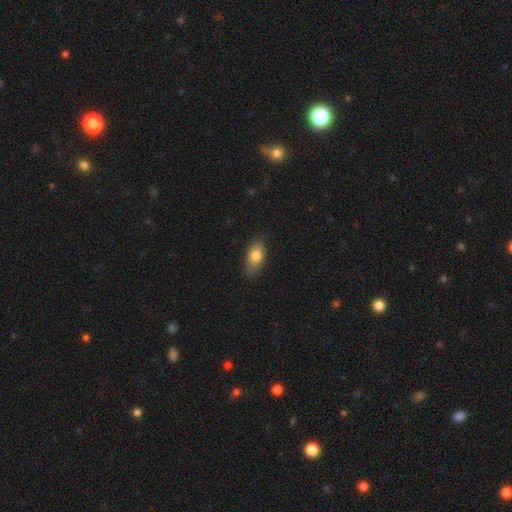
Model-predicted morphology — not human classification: This is clearly a smooth galaxy (82%). How rounded: clearly in between (90%). Merging: likely none (79%).